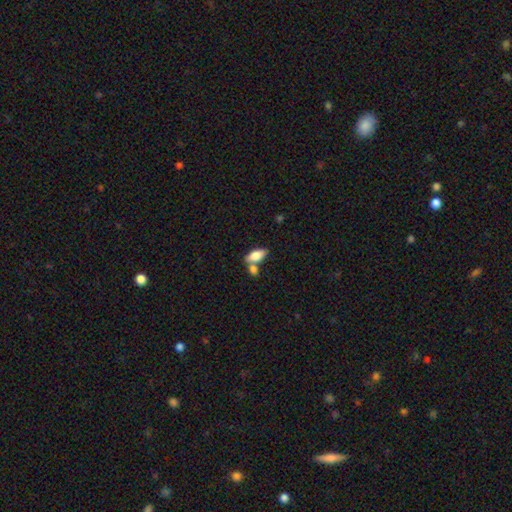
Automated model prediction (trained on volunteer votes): A smooth galaxy with no disk features (80%) that is in between round and cigar-shaped (86%). Merging: none (52%).